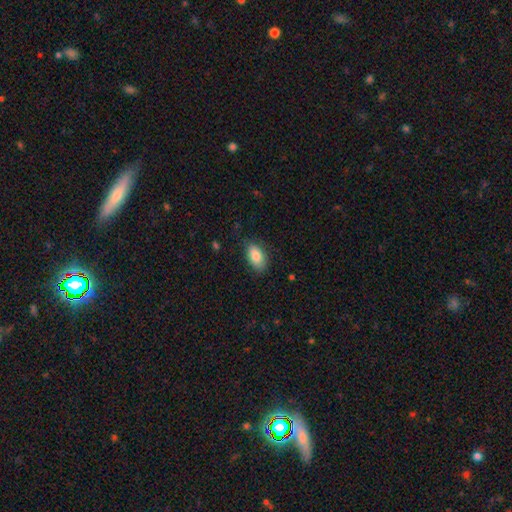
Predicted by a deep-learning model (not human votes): Morphology: type=smooth (86%); roundness=in between (93%); merging=none (79%).